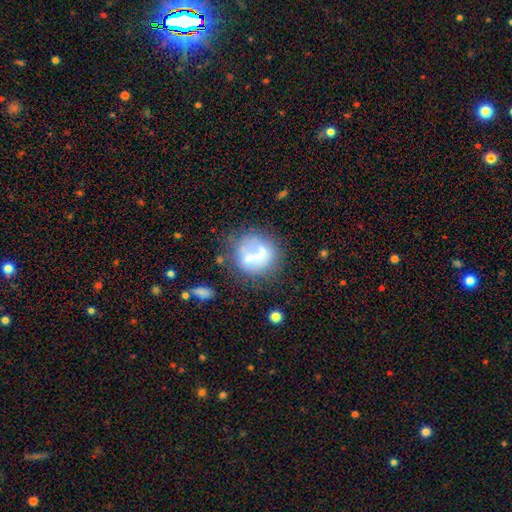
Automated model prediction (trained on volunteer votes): Smooth or featured? Predicted: smooth (p=0.55). How rounded? Predicted: round (p=0.82). Merging? Predicted: none (p=0.44).